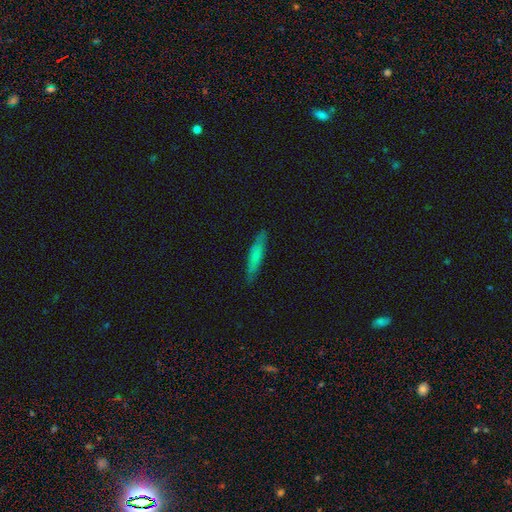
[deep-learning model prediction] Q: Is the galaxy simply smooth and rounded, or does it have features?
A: smooth — 68%.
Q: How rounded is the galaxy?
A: cigar-shaped — 86%.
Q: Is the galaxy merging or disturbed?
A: none — 86%.